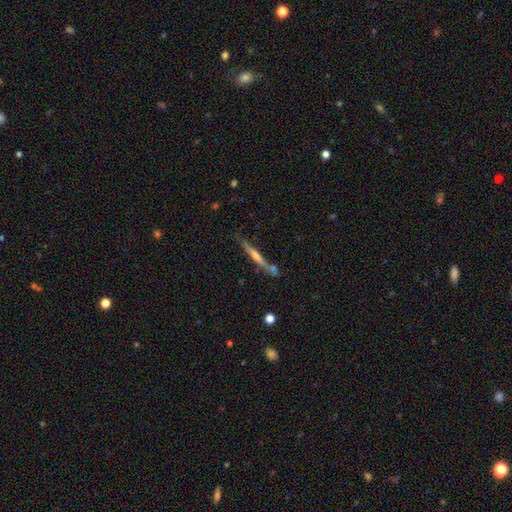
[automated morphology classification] This appears to be a featured or disk galaxy (60%) viewed edge-on (95%) with a rounded central bulge (57%). Merging: none (68%).